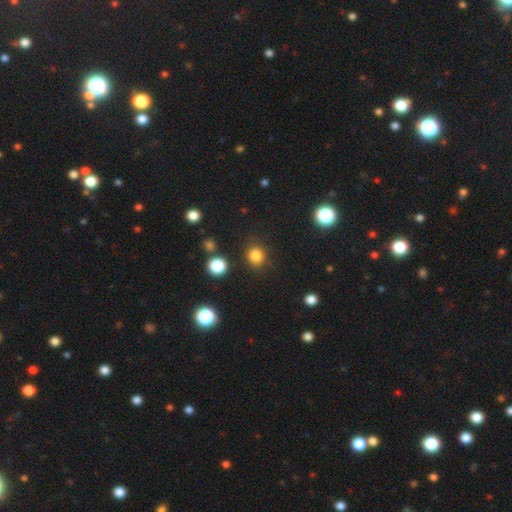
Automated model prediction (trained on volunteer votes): Smooth or featured? Predicted: smooth (p=0.82). How rounded? Predicted: round (p=0.88). Merging? Predicted: none (p=0.87).